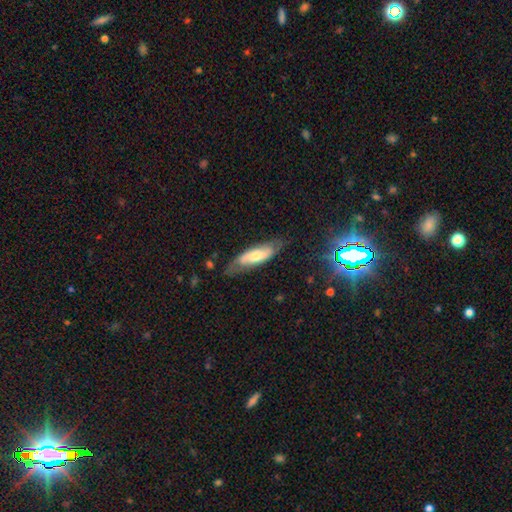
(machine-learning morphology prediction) Q: Smooth or featured?
A: featured or disk (49%); runner-up: smooth (44%)
Q: Merging?
A: none (69%); runner-up: minor disturbance (22%)